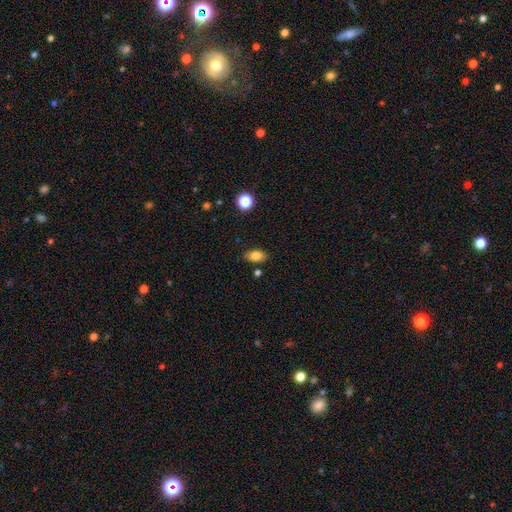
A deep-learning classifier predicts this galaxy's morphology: A smooth galaxy with no disk features (82%) that is in between round and cigar-shaped (88%).

Vote fractions:
- Smooth or featured? smooth: 82% / star or artifact: 10% / featured or disk: 8%
- How rounded? in between: 88% / round: 10% / cigar-shaped: 3%
- Merging? none: 83% / minor disturbance: 11% / merger: 3% / major disturbance: 3%